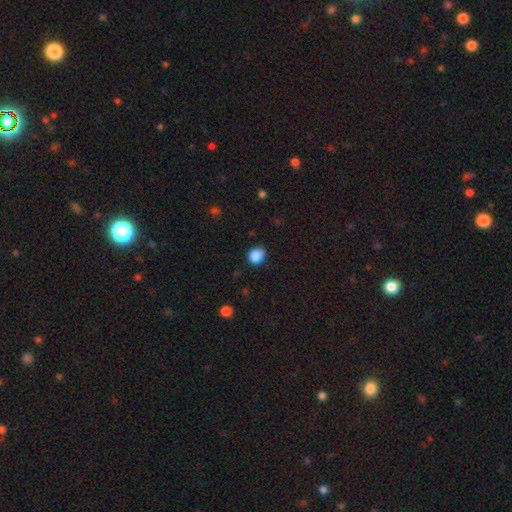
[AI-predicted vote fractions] A smooth galaxy with no disk features (87%) that is round (70%).

Vote fractions:
- Smooth or featured? smooth: 87% / star or artifact: 10% / featured or disk: 4%
- How rounded? round: 70% / in between: 29% / cigar-shaped: 1%
- Merging? none: 71% / minor disturbance: 23% / major disturbance: 4% / merger: 2%